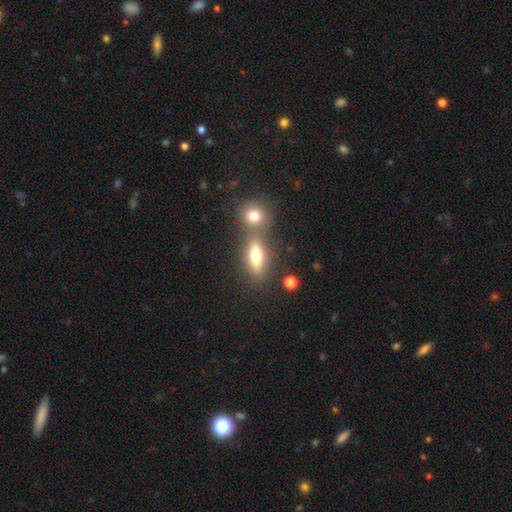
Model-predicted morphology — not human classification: smooth 70%, featured or disk 20%, star or artifact 10%. Down the decision tree: how rounded — in between (67%); merging — none (53%).